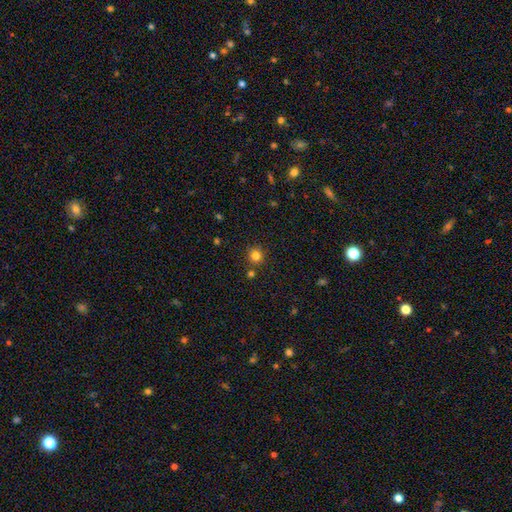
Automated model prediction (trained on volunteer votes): This appears to be a smooth galaxy with no disk features (81%) that is round (92%). Merging: none (84%).